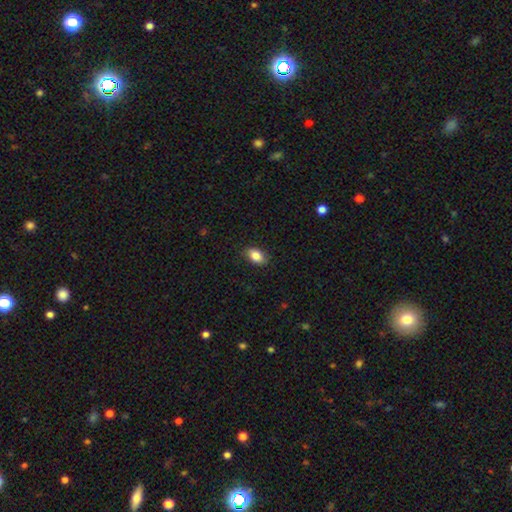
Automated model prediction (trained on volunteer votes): A smooth galaxy with no disk features (86%) that is in between round and cigar-shaped (88%).

Vote fractions:
- Smooth or featured? smooth: 86% / star or artifact: 8% / featured or disk: 6%
- How rounded? in between: 88% / round: 11% / cigar-shaped: 2%
- Merging? none: 85% / minor disturbance: 11% / major disturbance: 3% / merger: 1%